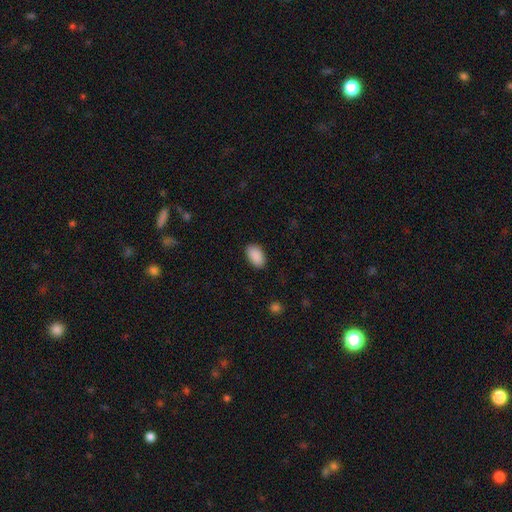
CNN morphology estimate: Overall: smooth (91%). How rounded: in between (94%). Merging: none (88%).